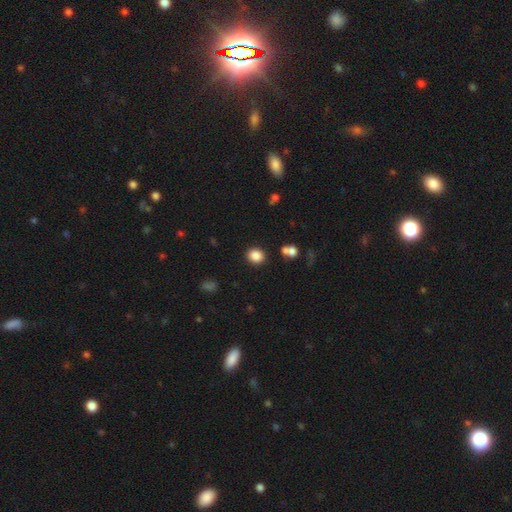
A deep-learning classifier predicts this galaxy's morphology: This appears to be a smooth galaxy with no disk features (85%) that is round (66%). Merging: none (85%).